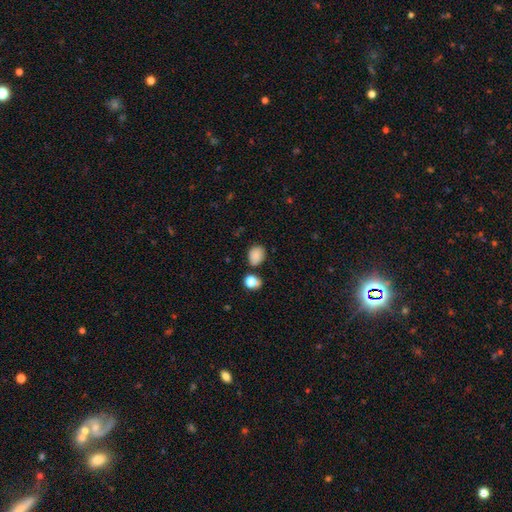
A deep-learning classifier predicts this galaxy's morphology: Q: Smooth or featured?
A: smooth (84%); runner-up: star or artifact (11%)
Q: How rounded?
A: in between (57%); runner-up: round (42%)
Q: Merging?
A: none (76%); runner-up: minor disturbance (14%)